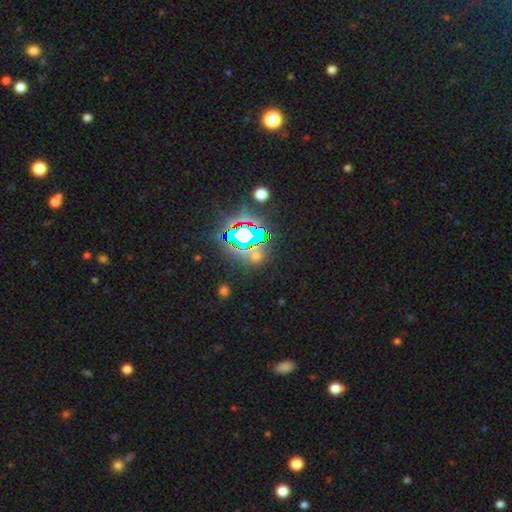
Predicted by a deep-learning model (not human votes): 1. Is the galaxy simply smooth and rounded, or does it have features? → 67% star or artifact, 23% smooth, 9% featured or disk.